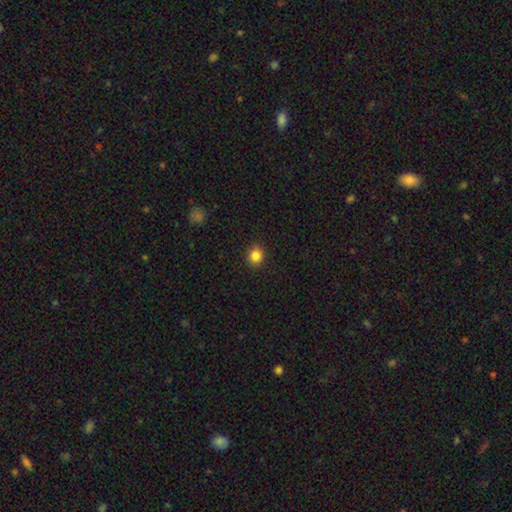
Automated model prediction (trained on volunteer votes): Morphology: type=smooth (85%); roundness=round (83%); merging=none (91%).